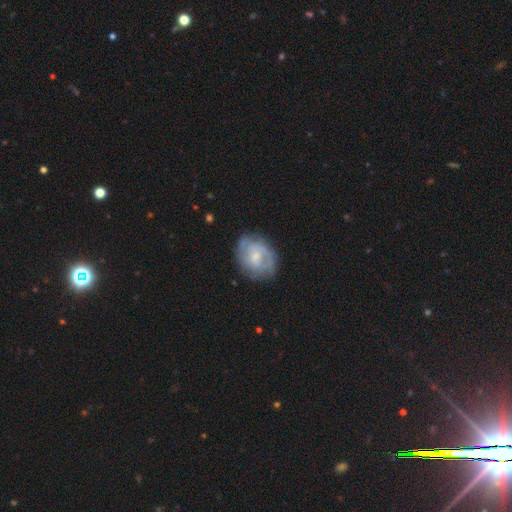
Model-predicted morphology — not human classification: smooth_or_featured: featured or disk (p=0.61) [alt: smooth p=0.33]
disk_edge_on: no (p=0.97) [alt: yes p=0.03]
bar: no (p=0.60) [alt: weak p=0.34]
has_spiral_arms: yes (p=0.62) [alt: no p=0.38]
bulge_size: small (p=0.48) [alt: moderate p=0.39]
merging: none (p=0.67) [alt: minor disturbance p=0.23]